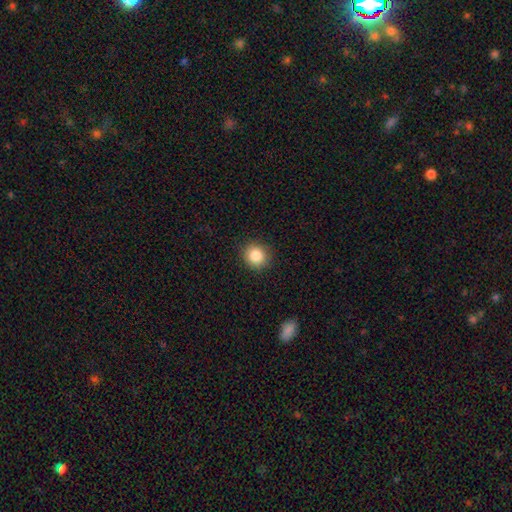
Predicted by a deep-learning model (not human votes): Q: Smooth or featured?
A: smooth (86%); runner-up: star or artifact (10%)
Q: How rounded?
A: round (87%); runner-up: in between (12%)
Q: Merging?
A: none (89%); runner-up: minor disturbance (7%)